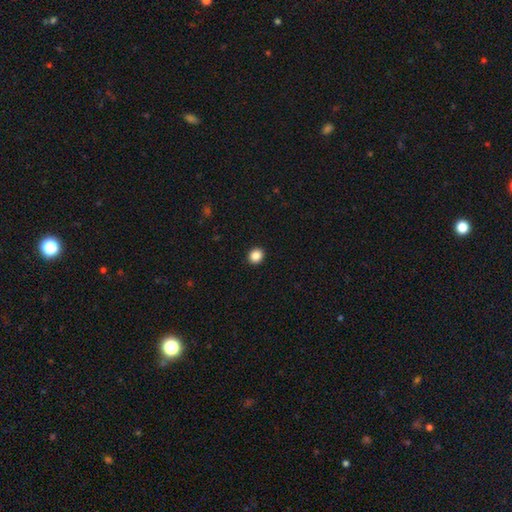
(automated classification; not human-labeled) The model was most divided on "how rounded": round: 83%, in between: 17%, cigar-shaped: 1%. More confident: merging — none (93%); smooth or featured — smooth (87%).